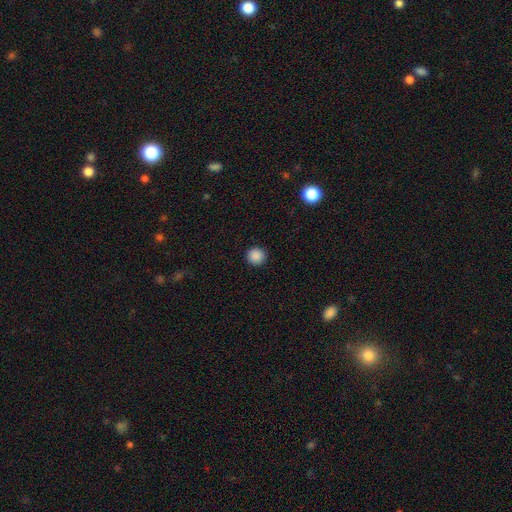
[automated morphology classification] smooth-or-featured: smooth: 88% | star or artifact: 10% | featured or disk: 3%
  how-rounded: round: 95% | in between: 4% | cigar-shaped: 1%
  merging: none: 92% | minor disturbance: 5% | major disturbance: 2% | merger: 1%